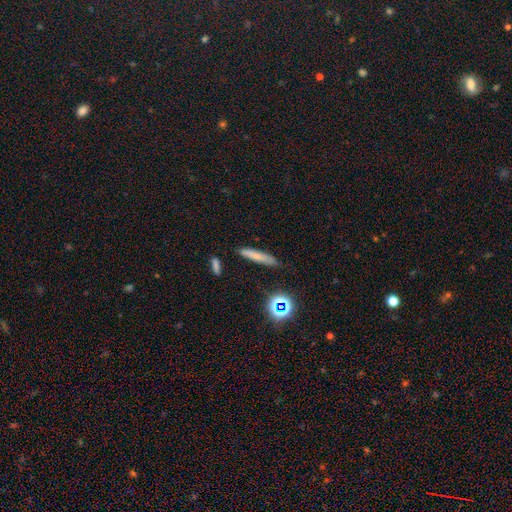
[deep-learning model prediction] Morphology: type=smooth (68%); roundness=cigar-shaped (87%); merging=none (82%).